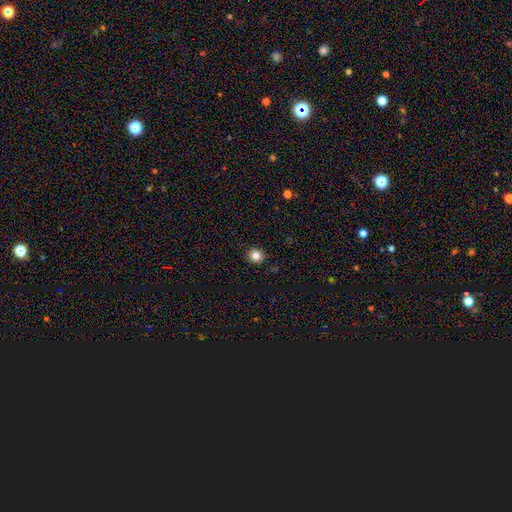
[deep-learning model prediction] The model was most divided on "smooth or featured": smooth: 82%, star or artifact: 12%, featured or disk: 6%. More confident: merging — none (91%); how rounded — round (89%).